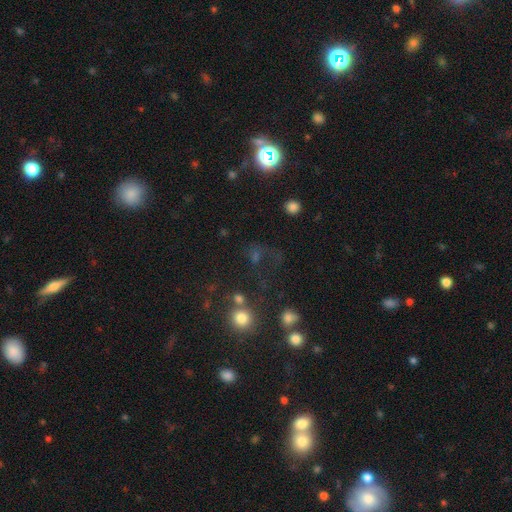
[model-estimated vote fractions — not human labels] A star or artifact, not a galaxy (46%).

Vote fractions:
- Smooth or featured? star or artifact: 46% / smooth: 38% / featured or disk: 16%